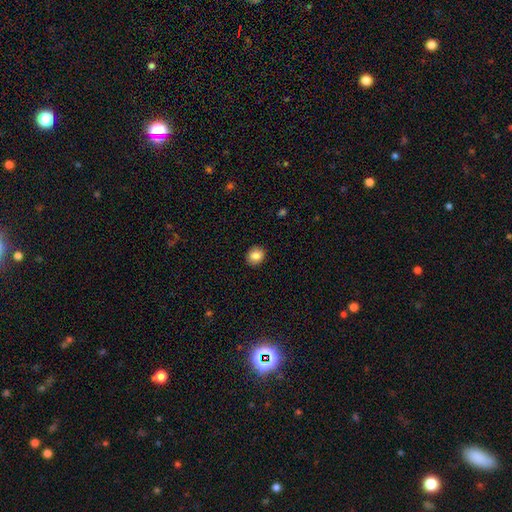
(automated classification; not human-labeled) smooth_or_featured: smooth (p=0.85) [alt: star or artifact p=0.09]
how_rounded: round (p=0.72) [alt: in between p=0.27]
merging: none (p=0.91) [alt: minor disturbance p=0.07]